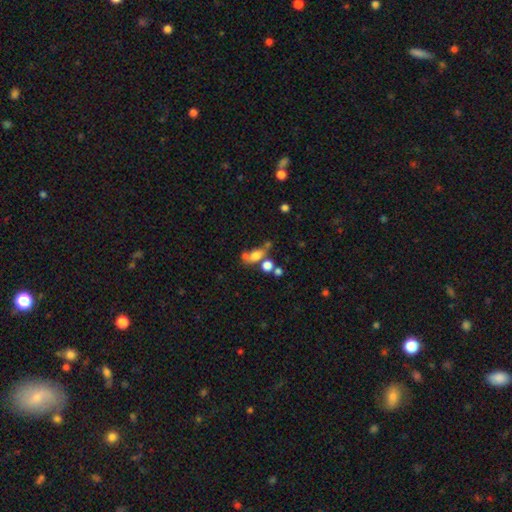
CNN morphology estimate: This is likely a smooth galaxy (68%). How rounded: likely in between (70%). Merging: marginally none (37%, tied with merger).